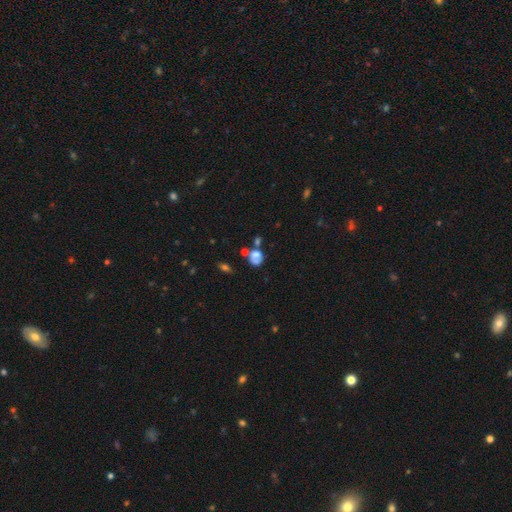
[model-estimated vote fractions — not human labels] Smooth or featured: smooth — 59% (featured or disk — 28%)
How rounded: round — 55% (in between — 44%)
Merging: none — 35% (merger — 34%)